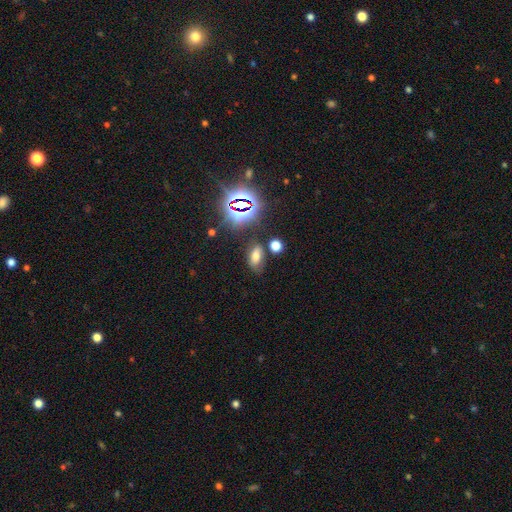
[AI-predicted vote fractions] Overall: smooth (59%; star or artifact 29%). How rounded: in between (87%). Merging: none (69%).